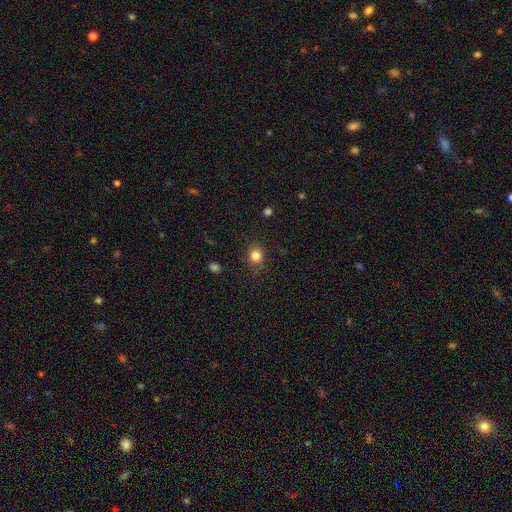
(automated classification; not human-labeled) This appears to be a smooth galaxy with no disk features (82%) that is round (76%). Merging: none (85%).